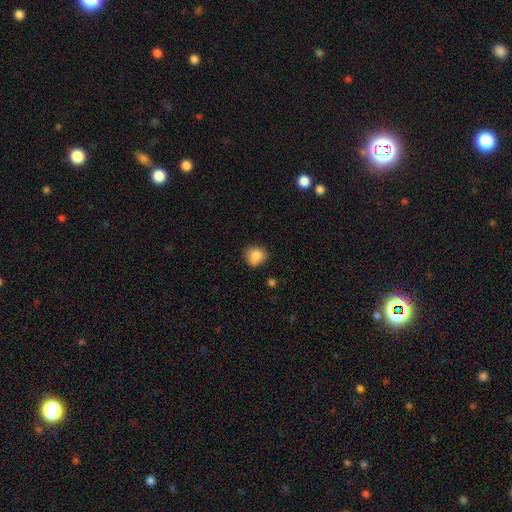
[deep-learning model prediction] smooth-or-featured: smooth: 83% | star or artifact: 9% | featured or disk: 8%
  how-rounded: round: 83% | in between: 16% | cigar-shaped: 1%
  merging: none: 74% | minor disturbance: 18% | merger: 5% | major disturbance: 3%